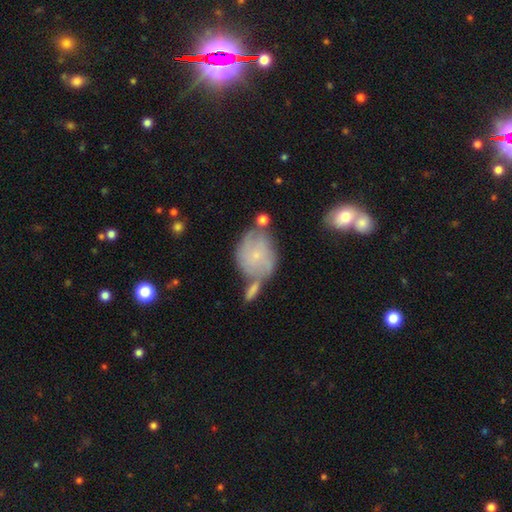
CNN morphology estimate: Smooth or featured: featured or disk — 61% (smooth — 29%)
Edge-on disk: no — 96% (yes — 4%)
Bar: no — 77% (weak — 20%)
Spiral arms: yes — 78% (no — 22%)
Bulge size: small — 82% (moderate — 11%)
Merging: none — 44% (merger — 23%)